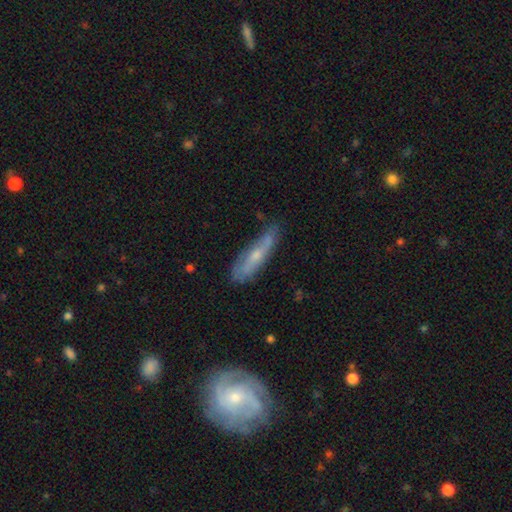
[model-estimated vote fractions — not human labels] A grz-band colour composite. It shows a featured or disk galaxy (53%). Merging: none (64%).